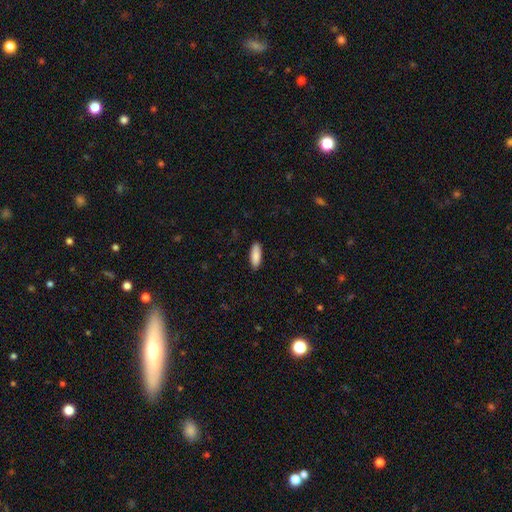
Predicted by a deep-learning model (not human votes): The model was most divided on "how rounded": in between: 67%, cigar-shaped: 31%, round: 2%. More confident: merging — none (89%); smooth or featured — smooth (89%).